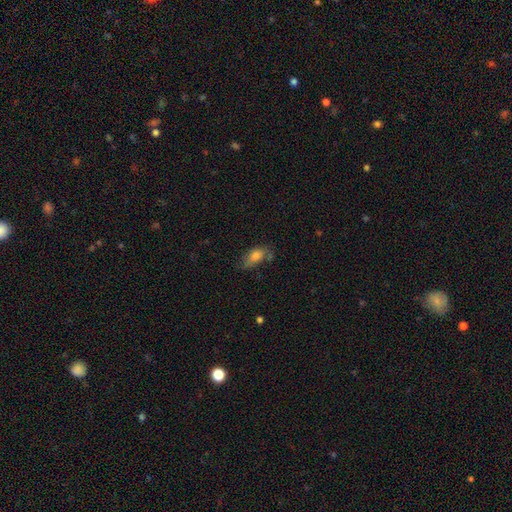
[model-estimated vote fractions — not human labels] Q: Smooth or featured?
A: smooth (73%); runner-up: featured or disk (17%)
Q: How rounded?
A: in between (80%); runner-up: cigar-shaped (14%)
Q: Merging?
A: none (55%); runner-up: minor disturbance (28%)